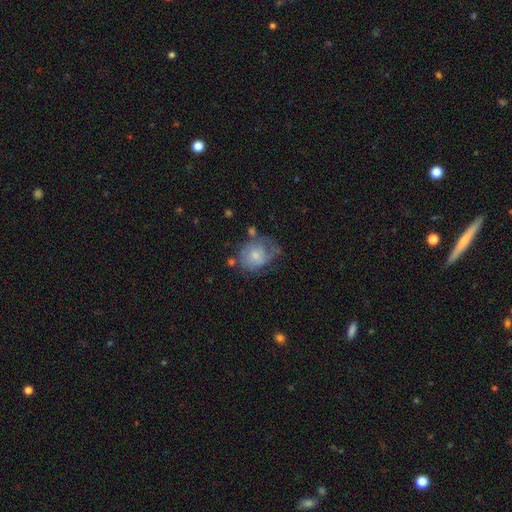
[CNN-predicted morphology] This appears to be a smooth galaxy with no disk features (56%) that is in between round and cigar-shaped (50%). Merging: none (34%).